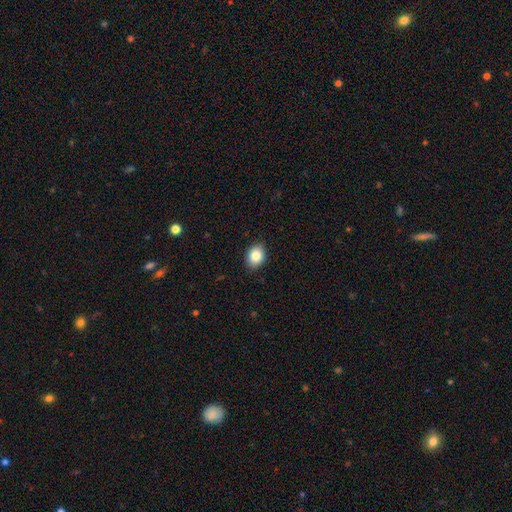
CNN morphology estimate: Smooth or featured: smooth — 85% (star or artifact — 9%)
How rounded: in between — 64% (round — 35%)
Merging: none — 88% (minor disturbance — 9%)